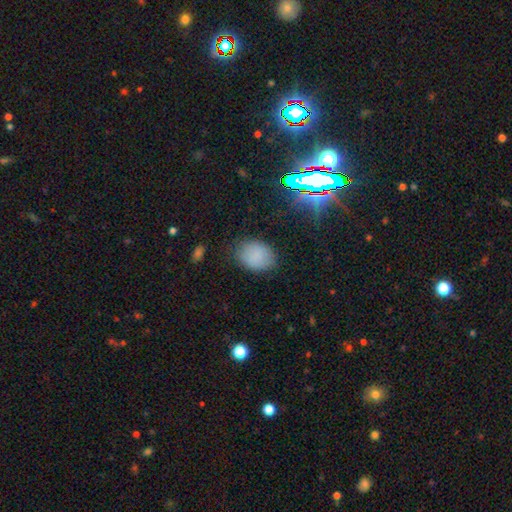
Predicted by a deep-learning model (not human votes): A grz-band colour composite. It shows a smooth galaxy with no disk features (79%) that is in between round and cigar-shaped (61%). Merging: none (77%).